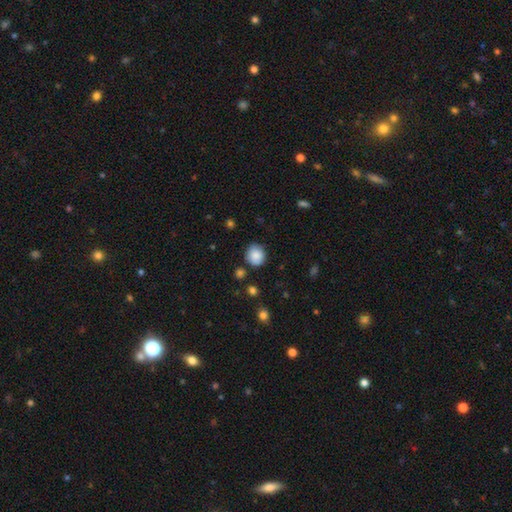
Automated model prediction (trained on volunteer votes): A smooth galaxy with no disk features (84%) that is round (81%).

Vote fractions:
- Smooth or featured? smooth: 84% / star or artifact: 9% / featured or disk: 7%
- How rounded? round: 81% / in between: 18% / cigar-shaped: 1%
- Merging? none: 78% / minor disturbance: 15% / merger: 3% / major disturbance: 3%